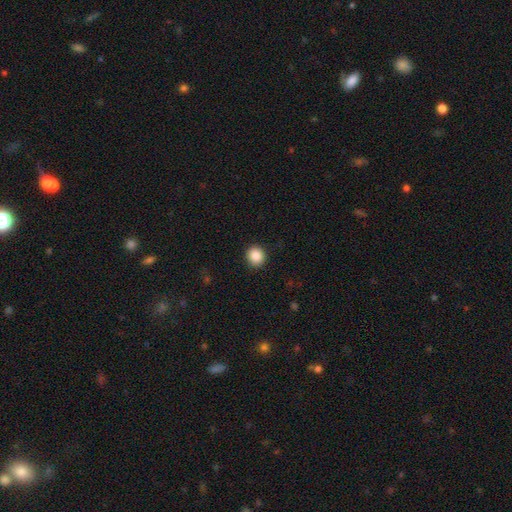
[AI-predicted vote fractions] smooth_or_featured: smooth (p=0.88) [alt: star or artifact p=0.09]
how_rounded: round (p=0.87) [alt: in between p=0.12]
merging: none (p=0.91) [alt: minor disturbance p=0.06]